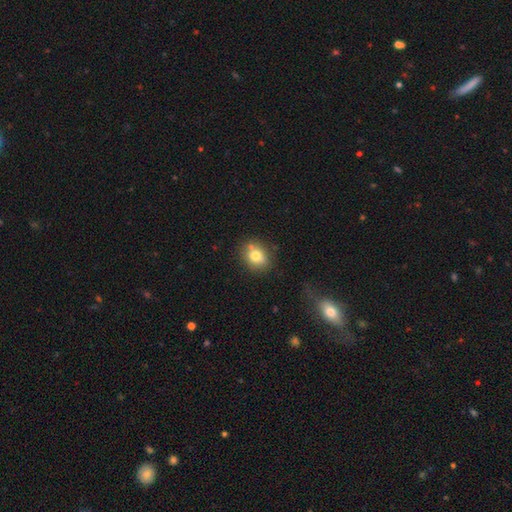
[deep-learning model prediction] Smooth or featured: smooth — 74% (featured or disk — 15%)
How rounded: round — 57% (in between — 42%)
Merging: none — 73% (minor disturbance — 14%)